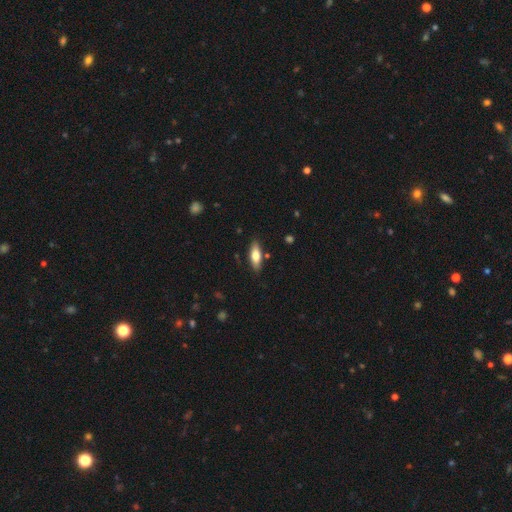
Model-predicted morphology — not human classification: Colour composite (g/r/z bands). It shows a smooth galaxy with no disk features (73%) that is in between round and cigar-shaped (69%). Merging: none (82%).